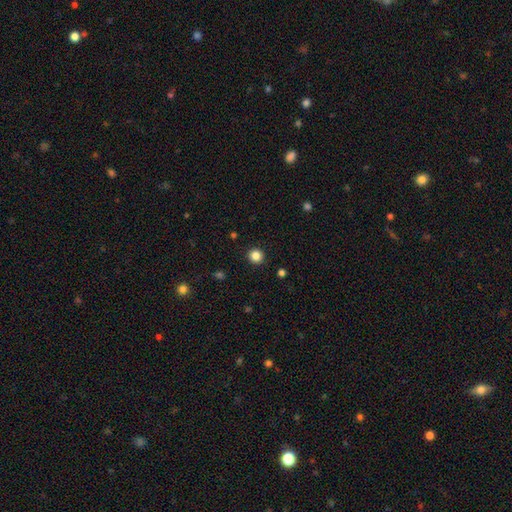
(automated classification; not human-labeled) Smooth or featured? smooth (85%)
How rounded? round (94%)
Merging? none (92%)